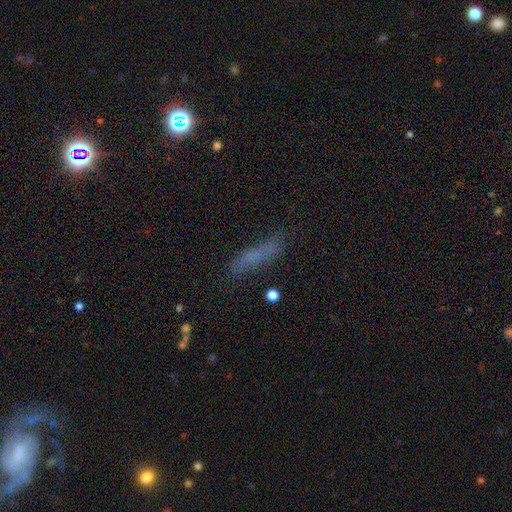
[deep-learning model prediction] Smooth or featured? Predicted: smooth (p=0.58). How rounded? Predicted: cigar-shaped (p=0.77). Merging? Predicted: none (p=0.68).